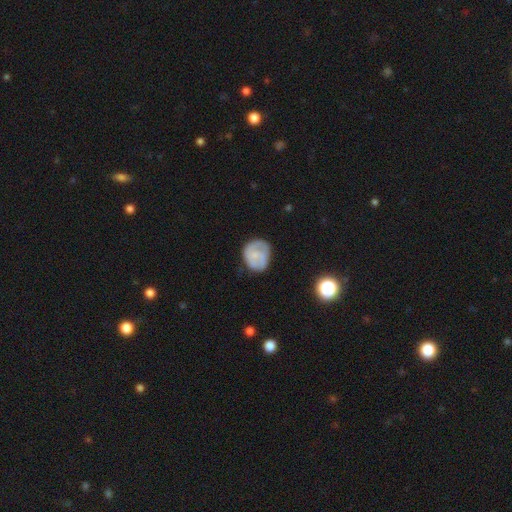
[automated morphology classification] Q: Smooth or featured?
A: smooth (54%); runner-up: featured or disk (39%)
Q: How rounded?
A: round (70%); runner-up: in between (29%)
Q: Merging?
A: none (62%); runner-up: minor disturbance (26%)